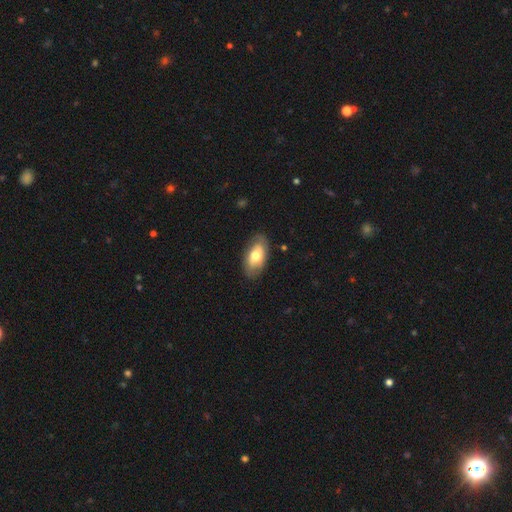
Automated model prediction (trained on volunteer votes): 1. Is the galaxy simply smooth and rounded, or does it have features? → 62% smooth, 32% featured or disk, 6% star or artifact.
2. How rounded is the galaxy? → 92% in between, 4% round, 3% cigar-shaped.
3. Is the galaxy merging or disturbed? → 78% none, 17% minor disturbance, 4% major disturbance, 1% merger.